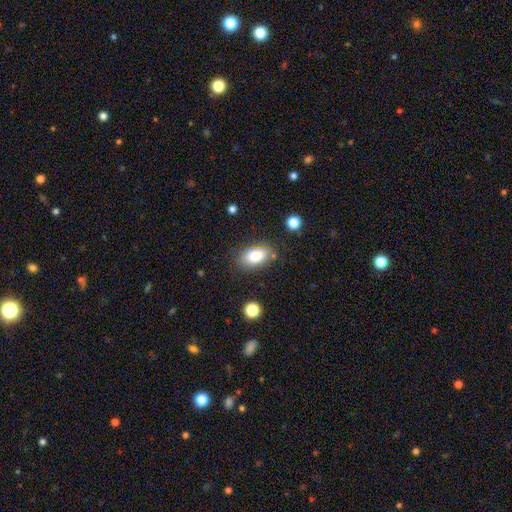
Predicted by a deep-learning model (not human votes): Smooth or featured?
  - smooth: 78% *
  - featured or disk: 13%
  - star or artifact: 9%
How rounded?
  - in between: 89% *
  - round: 9%
  - cigar-shaped: 2%
Merging?
  - none: 79% *
  - minor disturbance: 14%
  - major disturbance: 4%
  - merger: 4%